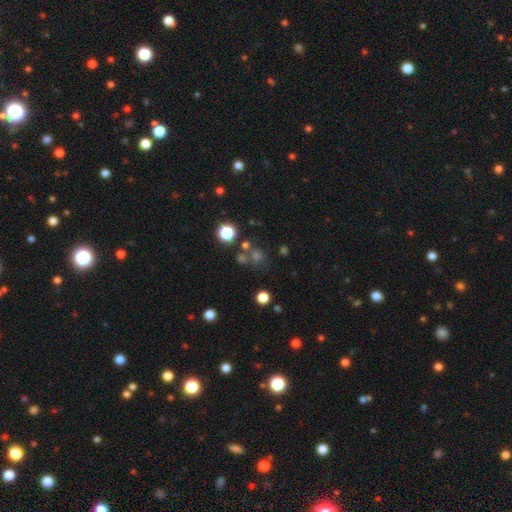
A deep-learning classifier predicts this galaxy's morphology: smooth-or-featured: smooth: 51% | star or artifact: 38% | featured or disk: 11%
  how-rounded: round: 84% | in between: 15% | cigar-shaped: 1%
  merging: none: 64% | merger: 19% | minor disturbance: 11% | major disturbance: 6%